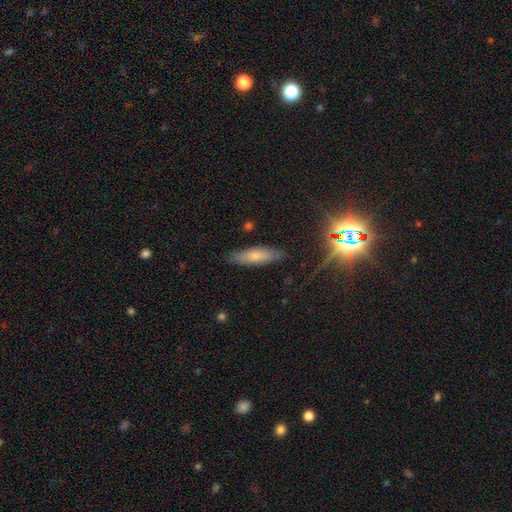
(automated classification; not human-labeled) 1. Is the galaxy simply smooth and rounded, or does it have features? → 67% smooth, 22% featured or disk, 12% star or artifact.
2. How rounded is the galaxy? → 61% cigar-shaped, 37% in between, 2% round.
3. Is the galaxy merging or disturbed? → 84% none, 12% minor disturbance, 3% major disturbance, 1% merger.